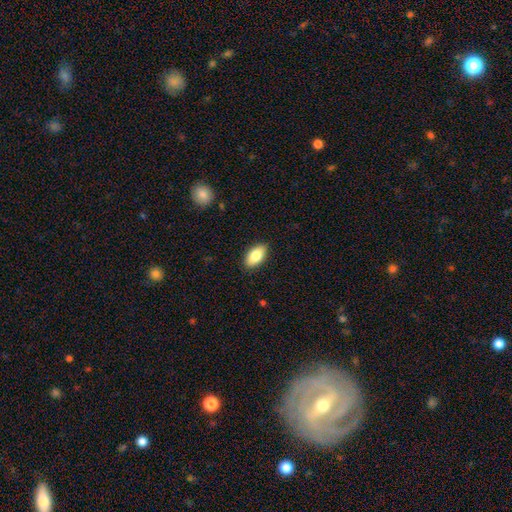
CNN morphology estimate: The model was most divided on "smooth or featured": smooth: 81%, featured or disk: 12%, star or artifact: 7%. More confident: how rounded — in between (92%); merging — none (89%).